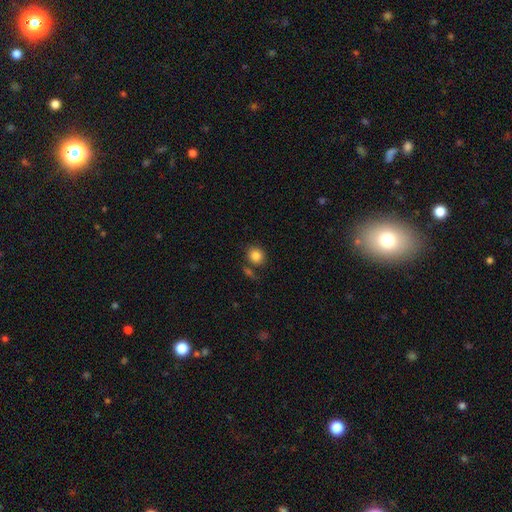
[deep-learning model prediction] Smooth or featured? Predicted: smooth (p=0.84). How rounded? Predicted: round (p=0.79). Merging? Predicted: none (p=0.71).